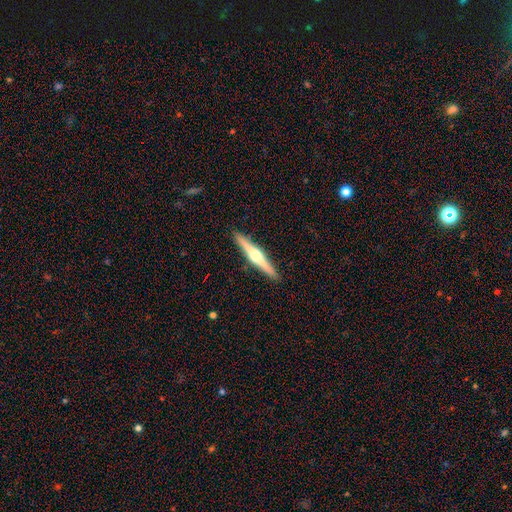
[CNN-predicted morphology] Smooth or featured: featured or disk — 72% (smooth — 24%)
Edge-on disk: yes — 98% (no — 2%)
Edge-on bulge: rounded — 93% (boxy — 4%)
Merging: none — 92% (minor disturbance — 5%)